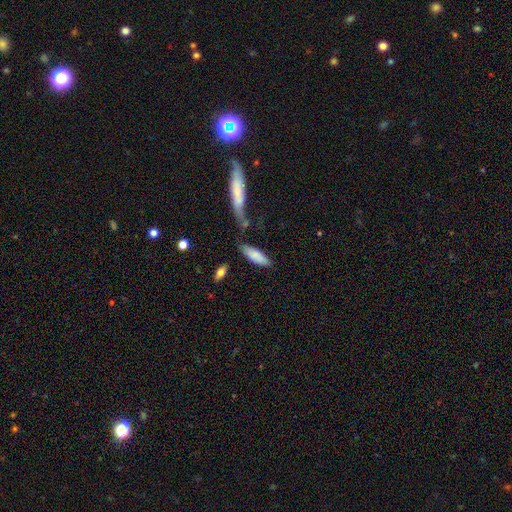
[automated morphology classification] This is clearly a smooth galaxy (82%). How rounded: possibly in between (56%). Merging: likely none (66%).